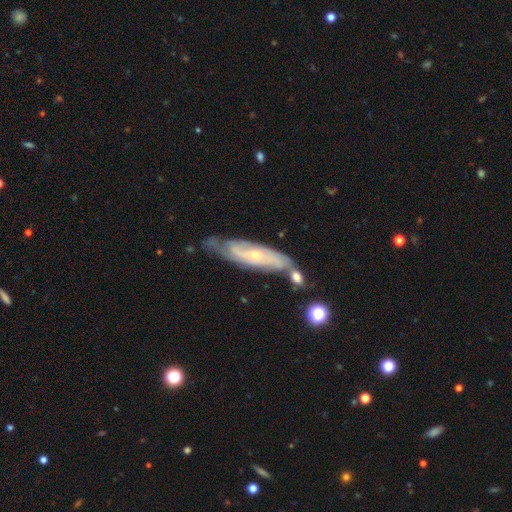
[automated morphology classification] Smooth or featured? Predicted: featured or disk (p=0.75). Edge-on disk? Predicted: no (p=0.74). Bar? Predicted: no (p=0.68). Spiral arms? Predicted: yes (p=0.88). Bulge size? Predicted: small (p=0.67). Merging? Predicted: none (p=0.57).